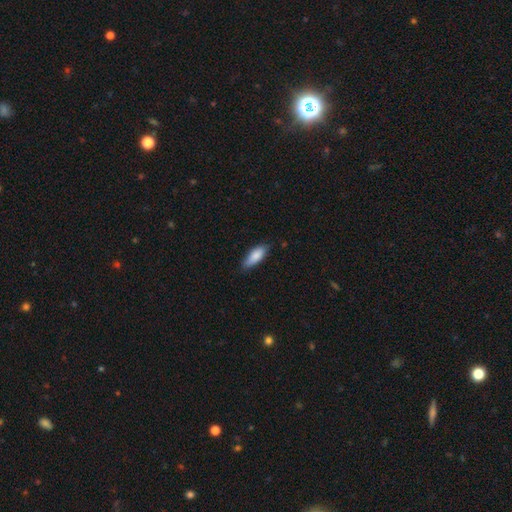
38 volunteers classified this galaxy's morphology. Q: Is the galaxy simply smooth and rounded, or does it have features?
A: smooth — 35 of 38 (92%).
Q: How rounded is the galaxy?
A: cigar-shaped — 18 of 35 (51%).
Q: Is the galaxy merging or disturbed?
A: none — 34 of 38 (89%).